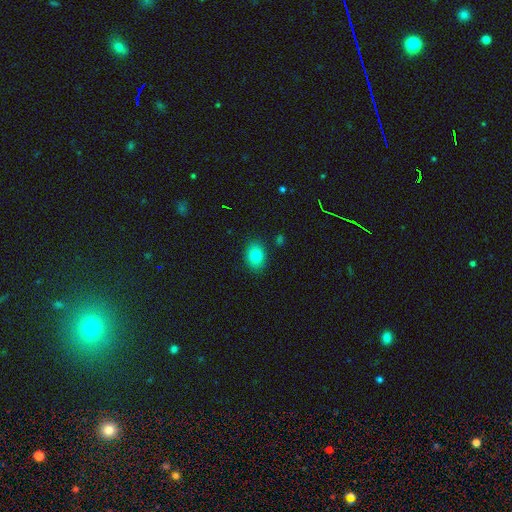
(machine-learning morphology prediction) smooth-or-featured: smooth: 81% | star or artifact: 10% | featured or disk: 9%
  how-rounded: in between: 69% | round: 30% | cigar-shaped: 1%
  merging: none: 87% | minor disturbance: 9% | major disturbance: 2% | merger: 2%